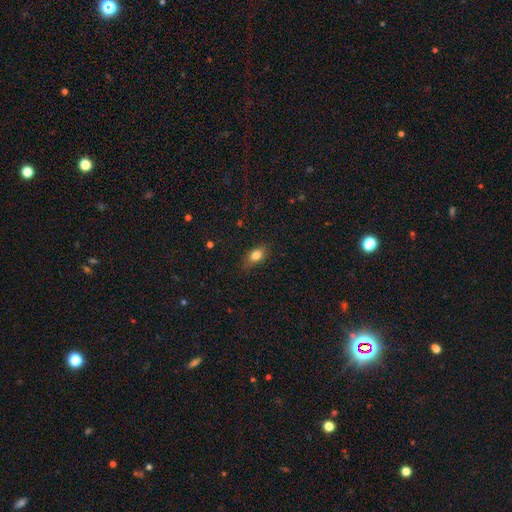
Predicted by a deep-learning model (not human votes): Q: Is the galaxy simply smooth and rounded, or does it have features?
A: smooth — 80%.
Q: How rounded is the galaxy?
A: in between — 79%.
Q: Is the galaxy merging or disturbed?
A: none — 77%.